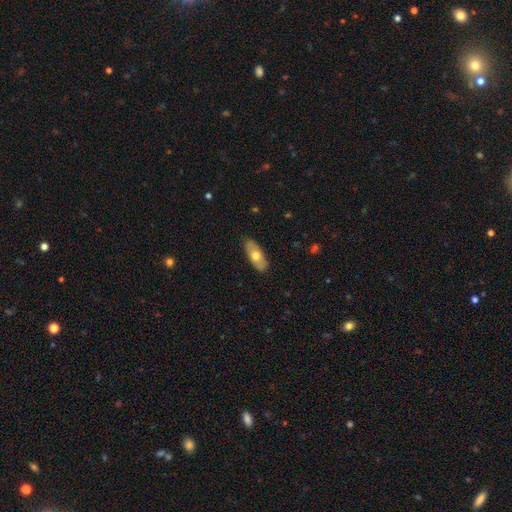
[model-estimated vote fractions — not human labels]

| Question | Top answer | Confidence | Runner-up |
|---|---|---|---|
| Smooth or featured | smooth | 63% | featured or disk (31%) |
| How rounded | in between | 81% | cigar-shaped (16%) |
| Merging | none | 86% | minor disturbance (11%) |